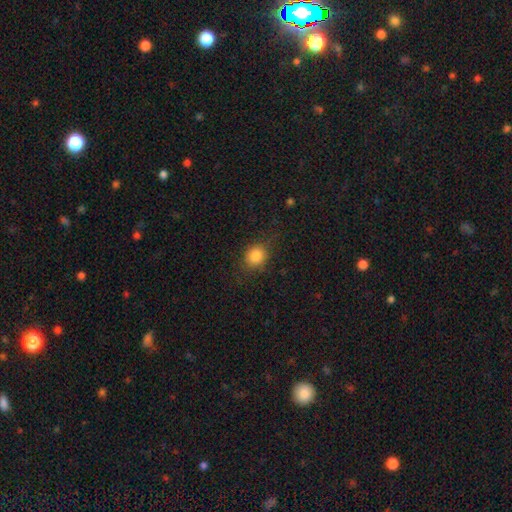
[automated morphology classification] Smooth or featured? smooth (84%)
How rounded? round (73%)
Merging? none (76%)